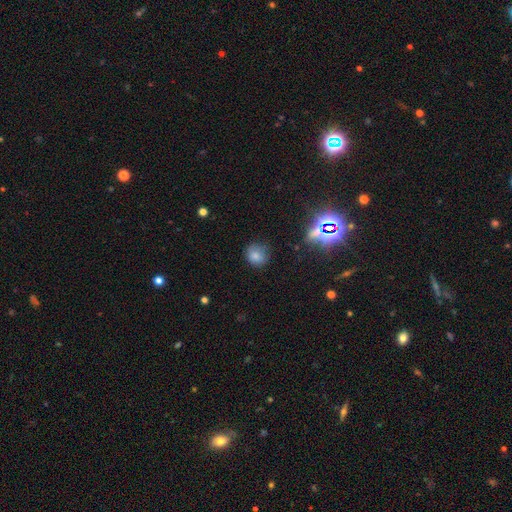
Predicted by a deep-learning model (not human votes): smooth-or-featured: smooth: 77% | star or artifact: 16% | featured or disk: 8%
  how-rounded: round: 80% | in between: 19% | cigar-shaped: 1%
  merging: none: 74% | minor disturbance: 19% | major disturbance: 5% | merger: 2%